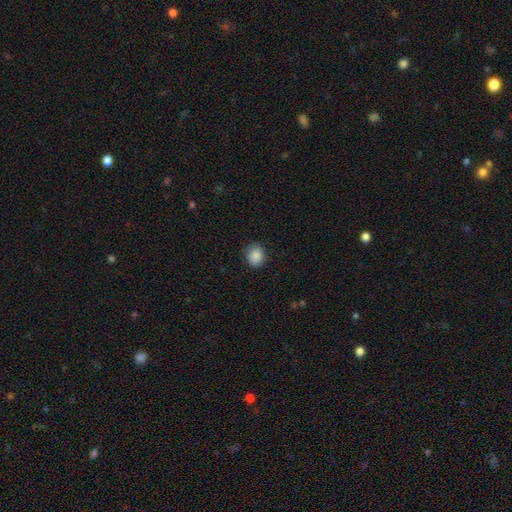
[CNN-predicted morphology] A smooth galaxy with no disk features (87%) that is round (67%).

Vote fractions:
- Smooth or featured? smooth: 87% / star or artifact: 9% / featured or disk: 5%
- How rounded? round: 67% / in between: 32% / cigar-shaped: 1%
- Merging? none: 85% / minor disturbance: 12% / major disturbance: 2% / merger: 1%